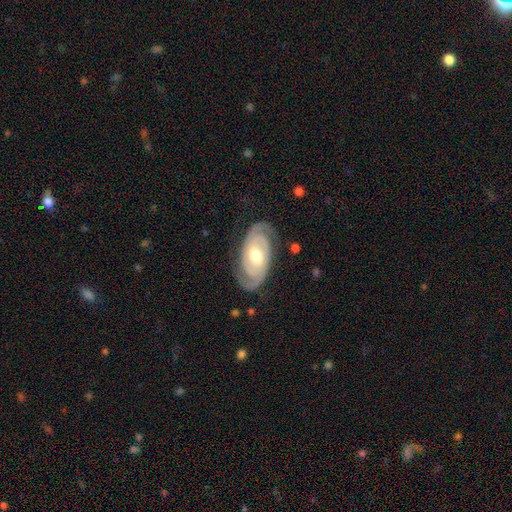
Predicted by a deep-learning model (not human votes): The model was most divided on "bar": no: 47%, weak: 38%, strong: 14%. More confident: spiral arms — yes (97%); edge-on disk — no (96%); smooth or featured — featured or disk (88%); spiral arm count — 2 (87%); merging — none (82%); bulge size — moderate (74%); spiral winding — tight (66%).